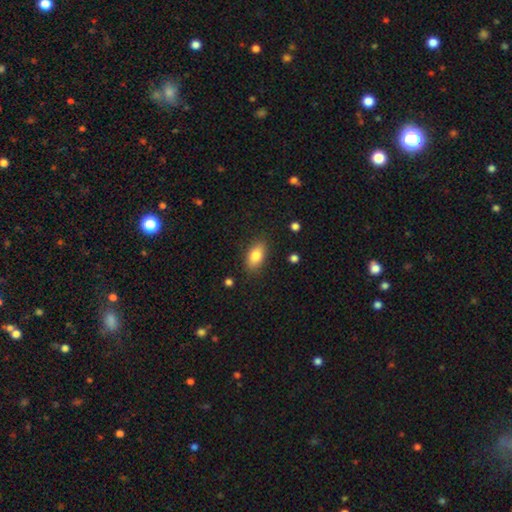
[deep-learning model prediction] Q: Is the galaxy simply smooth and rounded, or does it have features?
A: smooth — 81%.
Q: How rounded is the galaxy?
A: in between — 87%.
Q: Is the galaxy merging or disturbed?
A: none — 85%.